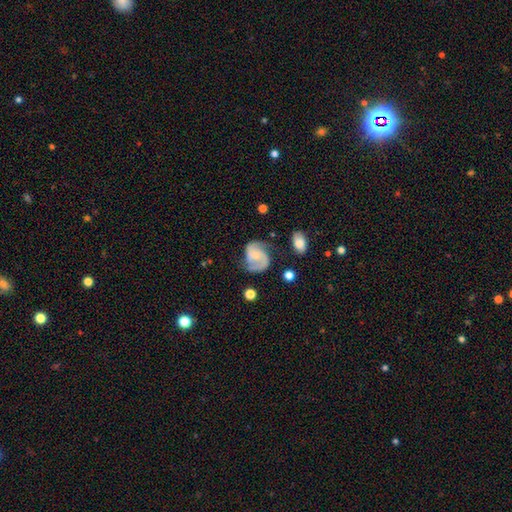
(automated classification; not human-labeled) Smooth or featured? Predicted: featured or disk (p=0.80). Edge-on disk? Predicted: no (p=0.98). Bar? Predicted: no (p=0.57). Spiral arms? Predicted: yes (p=0.95). Spiral winding? Predicted: medium (p=0.51). Spiral arm count? Predicted: 2 (p=0.87). Bulge size? Predicted: small (p=0.56). Merging? Predicted: none (p=0.63).